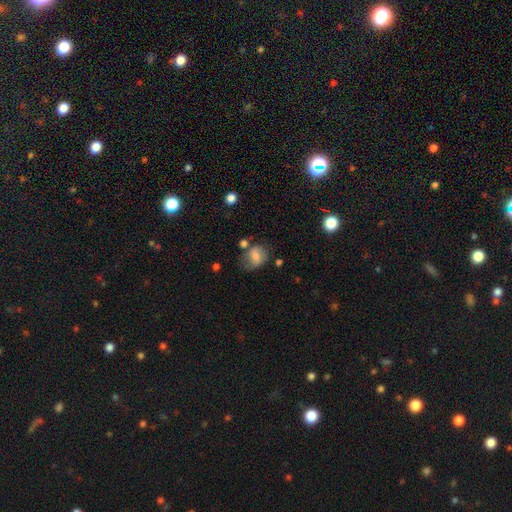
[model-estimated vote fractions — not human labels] This appears to be a smooth galaxy with no disk features (67%) that is round (50%). Merging: none (55%).